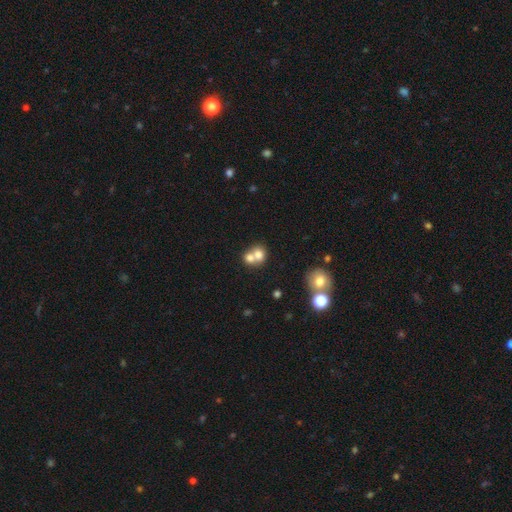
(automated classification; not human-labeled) A smooth galaxy with no disk features (72%) that is round (71%).

Vote fractions:
- Smooth or featured? smooth: 72% / featured or disk: 18% / star or artifact: 10%
- How rounded? round: 71% / in between: 28% / cigar-shaped: 1%
- Merging? merger: 64% / none: 27% / minor disturbance: 6% / major disturbance: 3%